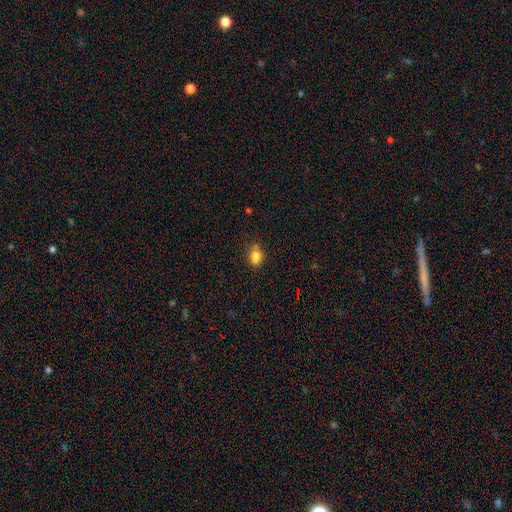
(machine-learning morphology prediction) Smooth or featured? Predicted: smooth (p=0.81). How rounded? Predicted: in between (p=0.68). Merging? Predicted: none (p=0.65).